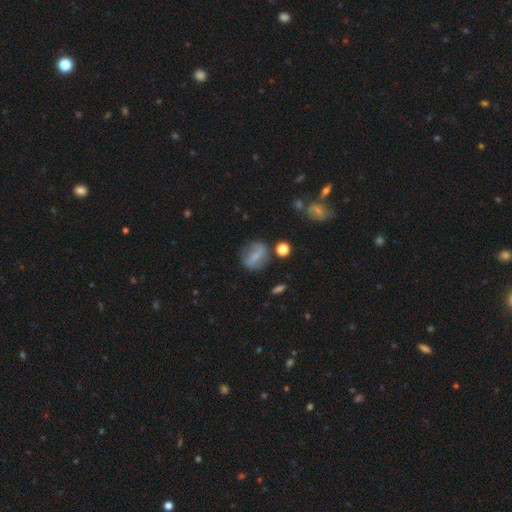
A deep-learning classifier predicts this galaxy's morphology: Smooth or featured?
  - smooth: 53% *
  - featured or disk: 37%
  - star or artifact: 10%
How rounded?
  - in between: 48% *
  - round: 46%
  - cigar-shaped: 6%
Merging?
  - none: 70% *
  - minor disturbance: 18%
  - major disturbance: 8%
  - merger: 4%